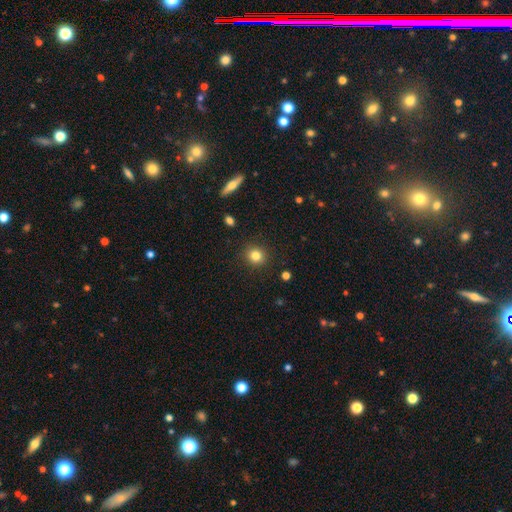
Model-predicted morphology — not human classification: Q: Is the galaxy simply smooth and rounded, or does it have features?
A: smooth — 82%.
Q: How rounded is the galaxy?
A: round — 89%.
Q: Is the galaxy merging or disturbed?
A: none — 91%.